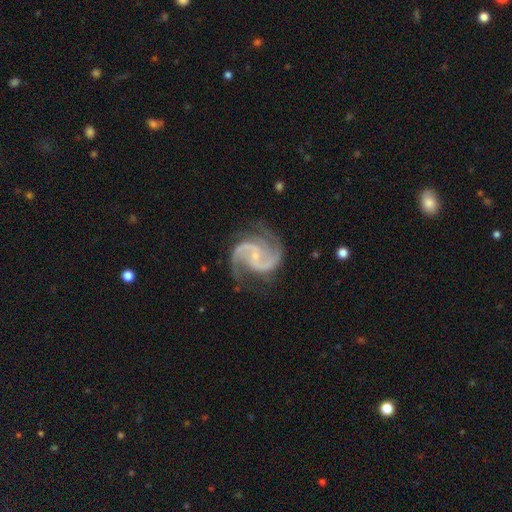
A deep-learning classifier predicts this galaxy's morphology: The model was most divided on "bar": no: 48%, weak: 38%, strong: 13%. More confident: spiral arms — yes (99%); edge-on disk — no (98%); smooth or featured — featured or disk (93%); spiral arm count — 2 (84%); bulge size — small (78%); merging — none (74%); spiral winding — medium (63%).